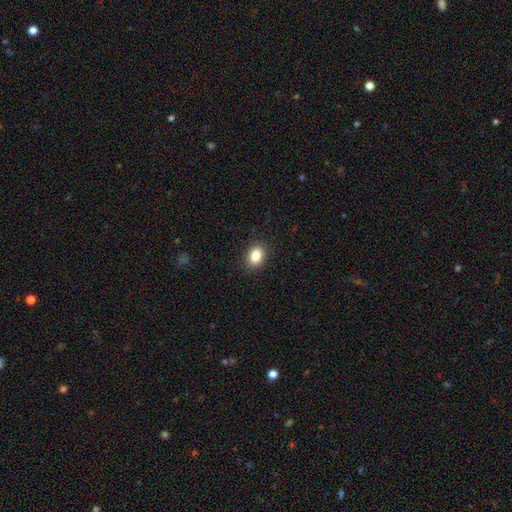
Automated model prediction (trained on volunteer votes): Smooth or featured: smooth — 86% (star or artifact — 9%)
How rounded: in between — 66% (round — 33%)
Merging: none — 89% (minor disturbance — 8%)